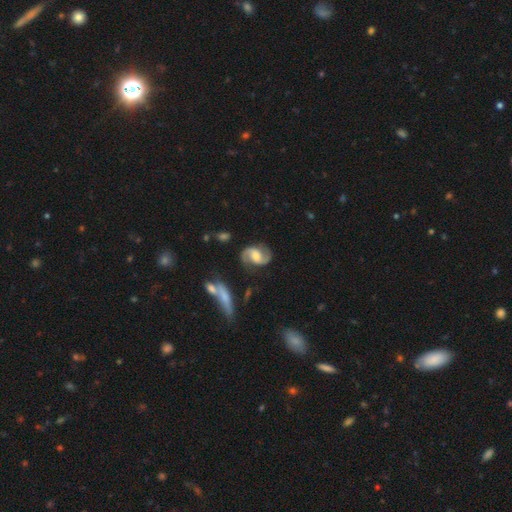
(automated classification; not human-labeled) smooth_or_featured: featured or disk (p=0.86) [alt: smooth p=0.09]
disk_edge_on: no (p=0.97) [alt: yes p=0.03]
bar: no (p=0.46) [alt: weak p=0.41]
has_spiral_arms: yes (p=0.97) [alt: no p=0.03]
spiral_winding: medium (p=0.53) [alt: loose p=0.31]
spiral_arm_count: 2 (p=0.93) [alt: can't tell p=0.02]
bulge_size: moderate (p=0.60) [alt: small p=0.23]
merging: none (p=0.80) [alt: minor disturbance p=0.13]